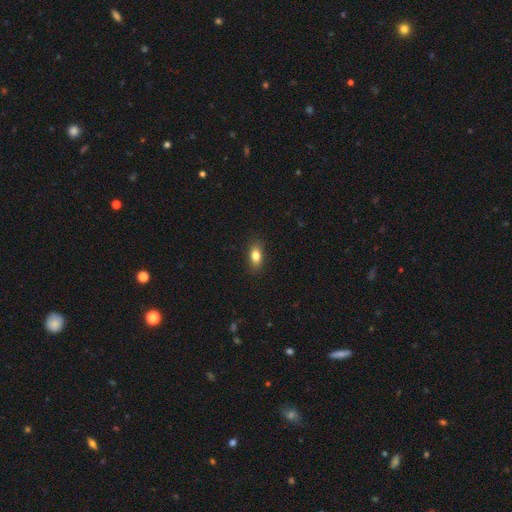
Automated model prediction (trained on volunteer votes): Q: Smooth or featured?
A: smooth (80%); runner-up: featured or disk (11%)
Q: How rounded?
A: in between (81%); runner-up: round (11%)
Q: Merging?
A: none (86%); runner-up: minor disturbance (10%)